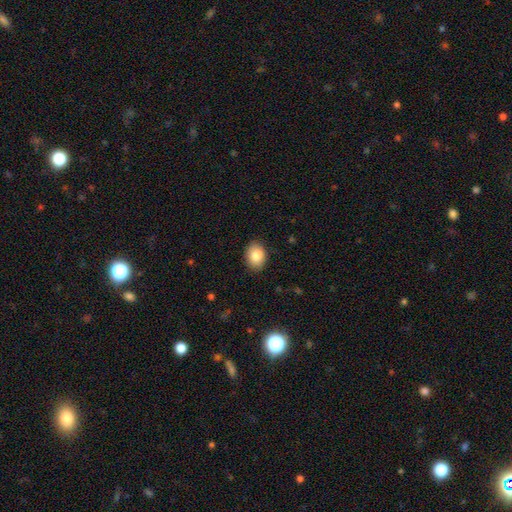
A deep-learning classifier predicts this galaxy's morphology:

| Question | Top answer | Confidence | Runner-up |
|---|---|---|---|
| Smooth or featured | smooth | 84% | featured or disk (8%) |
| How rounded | in between | 74% | round (25%) |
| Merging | none | 85% | minor disturbance (11%) |